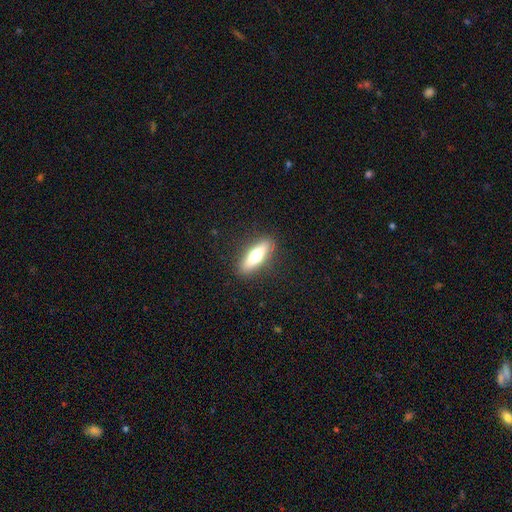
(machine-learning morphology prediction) Smooth or featured?
  - smooth: 56% *
  - featured or disk: 37%
  - star or artifact: 7%
How rounded?
  - cigar-shaped: 59% *
  - in between: 39%
  - round: 2%
Merging?
  - none: 88% *
  - minor disturbance: 8%
  - major disturbance: 2%
  - merger: 1%